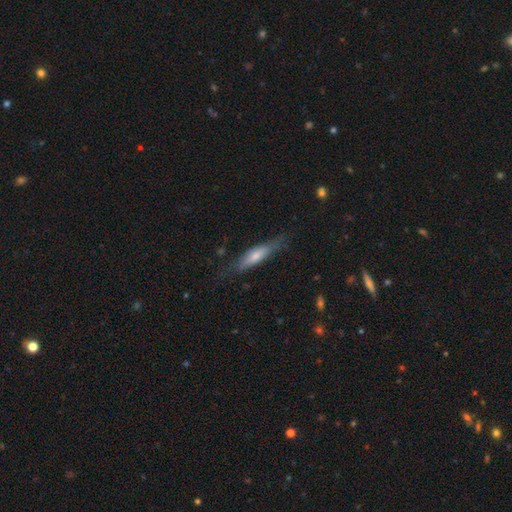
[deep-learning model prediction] The model was most divided on "smooth or featured": smooth: 60%, featured or disk: 33%, star or artifact: 6%. More confident: how rounded — cigar-shaped (68%); merging — none (67%).